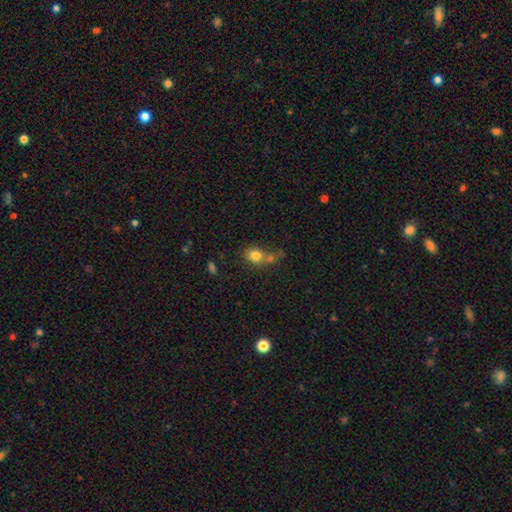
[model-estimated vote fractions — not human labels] Smooth or featured: smooth — 78% (featured or disk — 11%)
How rounded: round — 63% (in between — 35%)
Merging: merger — 41% (none — 36%)